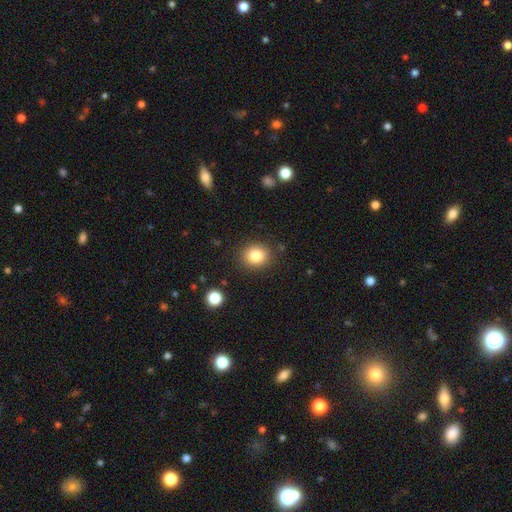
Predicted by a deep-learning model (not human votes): smooth 83%, star or artifact 11%, featured or disk 7%. Down the decision tree: how rounded — round (77%); merging — none (88%).